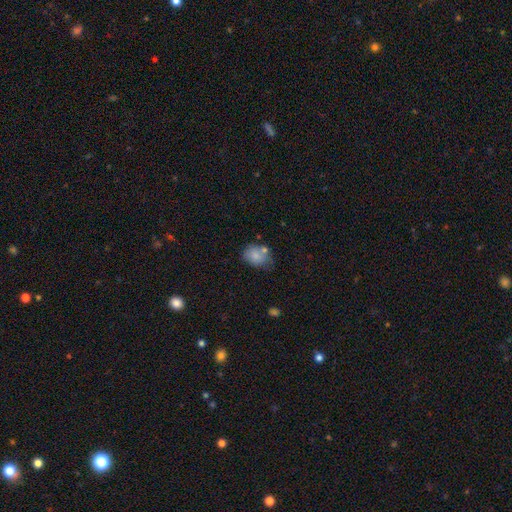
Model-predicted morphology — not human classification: type=smooth (81%); roundness=in between (57%); merging=none (55%).